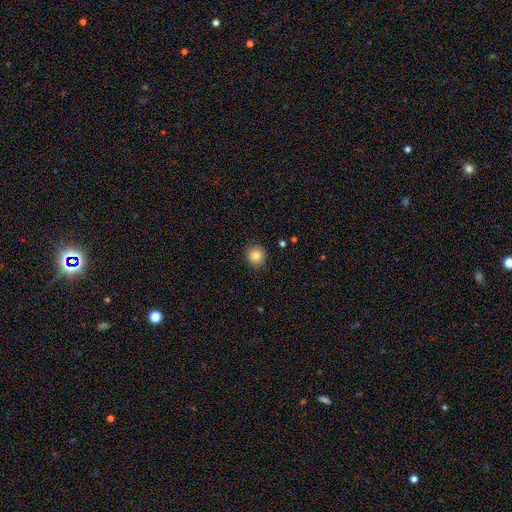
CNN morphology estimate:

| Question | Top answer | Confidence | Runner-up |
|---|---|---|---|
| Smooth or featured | smooth | 83% | star or artifact (10%) |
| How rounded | round | 88% | in between (11%) |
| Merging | none | 90% | minor disturbance (7%) |